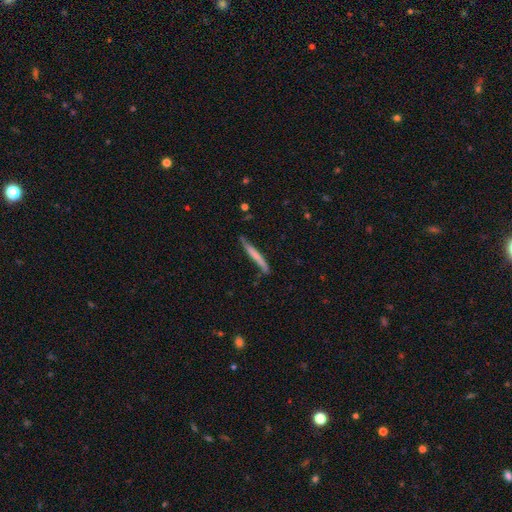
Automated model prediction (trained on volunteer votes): This is possibly a smooth galaxy (59%). How rounded: clearly cigar-shaped (96%). Merging: likely none (76%).